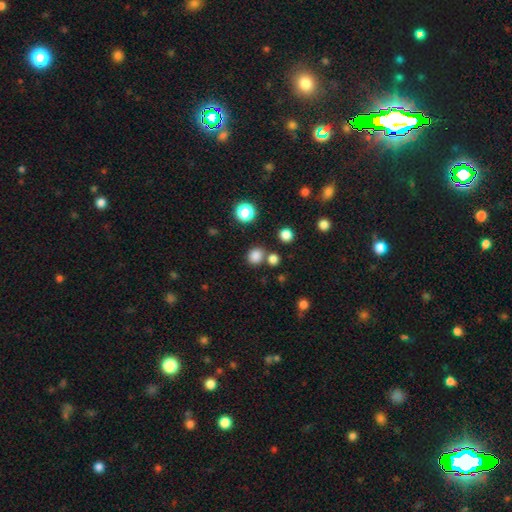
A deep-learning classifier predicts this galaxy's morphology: A smooth galaxy with no disk features (81%) that is round (78%).

Vote fractions:
- Smooth or featured? smooth: 81% / star or artifact: 14% / featured or disk: 4%
- How rounded? round: 78% / in between: 21% / cigar-shaped: 1%
- Merging? none: 72% / merger: 15% / minor disturbance: 10% / major disturbance: 4%